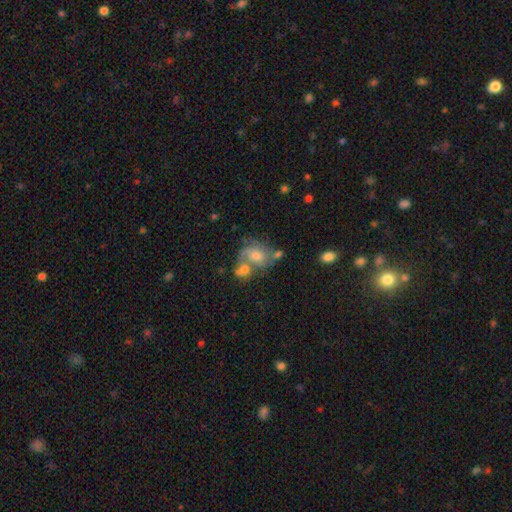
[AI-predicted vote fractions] A featured or disk galaxy (55%) with no bar (63%), spiral arms (73%) and a moderate central bulge (57%). Merging: none (44%).